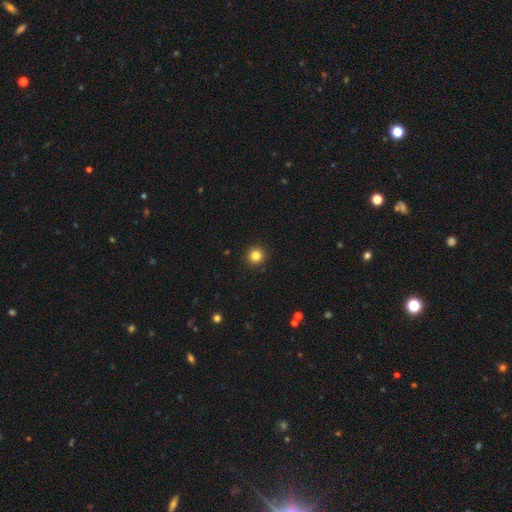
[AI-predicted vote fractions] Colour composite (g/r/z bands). It shows a smooth galaxy with no disk features (84%) that is round (95%). Merging: none (93%).